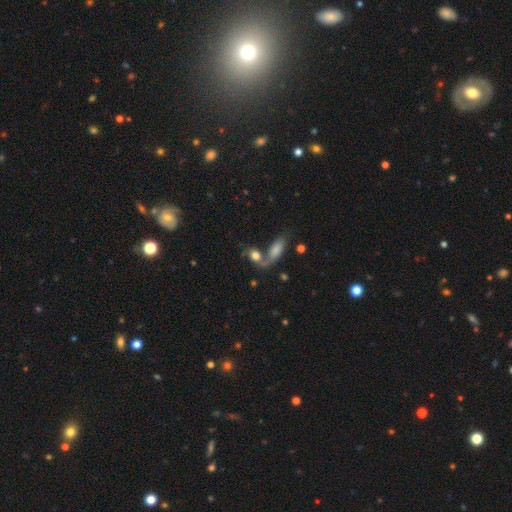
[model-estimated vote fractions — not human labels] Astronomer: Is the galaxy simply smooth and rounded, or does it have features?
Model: smooth — 64%.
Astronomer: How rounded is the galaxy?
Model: in between — 60%.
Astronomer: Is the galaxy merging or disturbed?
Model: merger — 45% (runner-up: none, 34%).